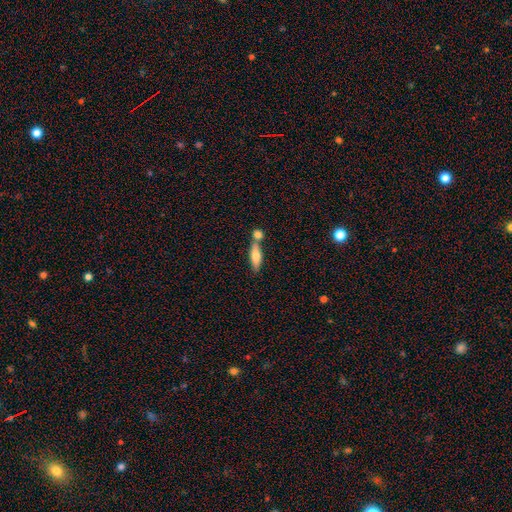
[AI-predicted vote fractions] Morphology: type=smooth (70%); roundness=cigar-shaped (53%); merging=none (51%).